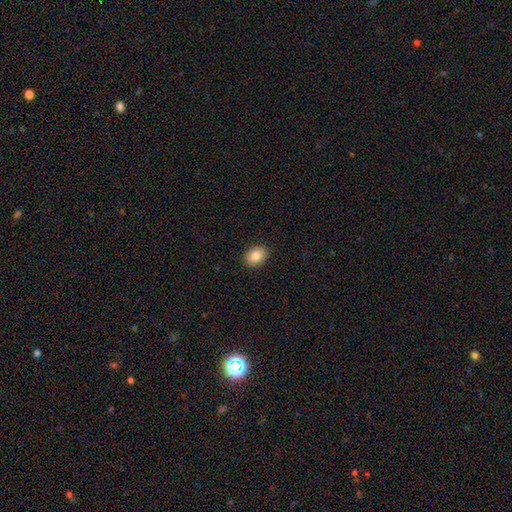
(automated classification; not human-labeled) A smooth galaxy with no disk features (85%) that is in between round and cigar-shaped (68%). Merging: none (91%).